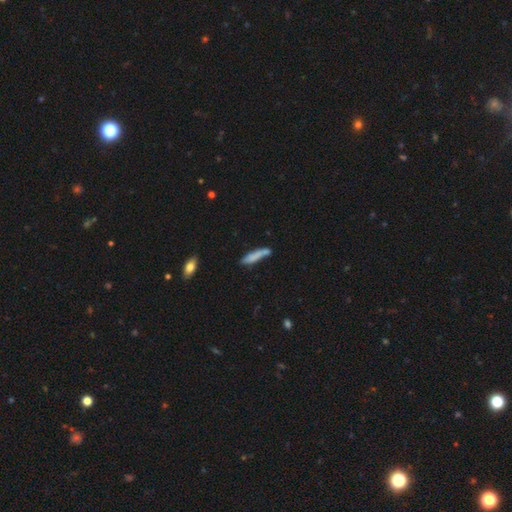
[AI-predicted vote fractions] Smooth or featured: smooth — 75% (featured or disk — 18%)
How rounded: cigar-shaped — 84% (in between — 15%)
Merging: none — 59% (minor disturbance — 23%)